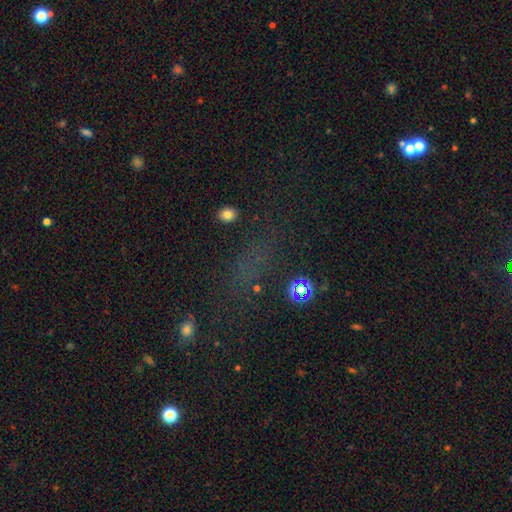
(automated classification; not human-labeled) This is possibly a star or artifact rather than a galaxy (50%).